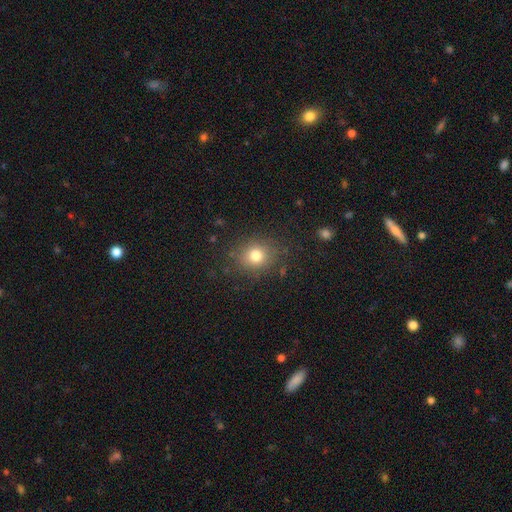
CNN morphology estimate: smooth_or_featured: smooth (p=0.79) [alt: star or artifact p=0.13]
how_rounded: round (p=0.74) [alt: in between p=0.25]
merging: none (p=0.84) [alt: minor disturbance p=0.11]